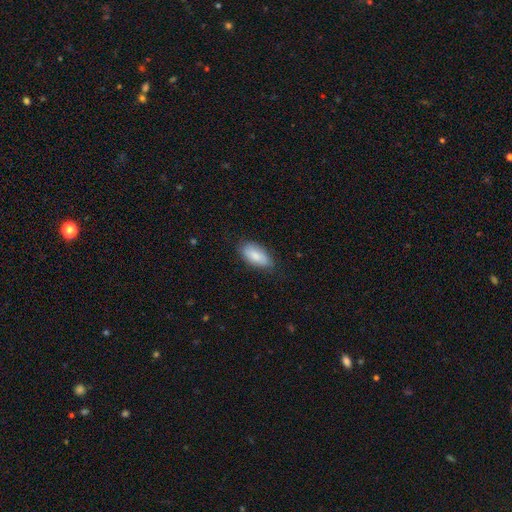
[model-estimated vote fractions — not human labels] Q: Smooth or featured?
A: smooth (84%); runner-up: featured or disk (10%)
Q: How rounded?
A: in between (90%); runner-up: cigar-shaped (8%)
Q: Merging?
A: none (78%); runner-up: minor disturbance (18%)